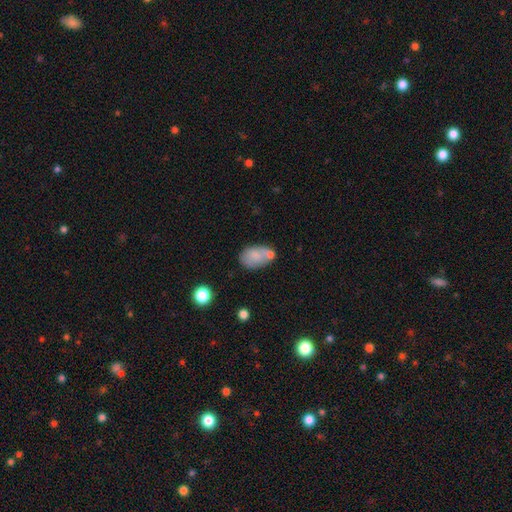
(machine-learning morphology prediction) smooth 74%, featured or disk 17%, star or artifact 8%. Down the decision tree: how rounded — in between (88%); merging — none (49%).